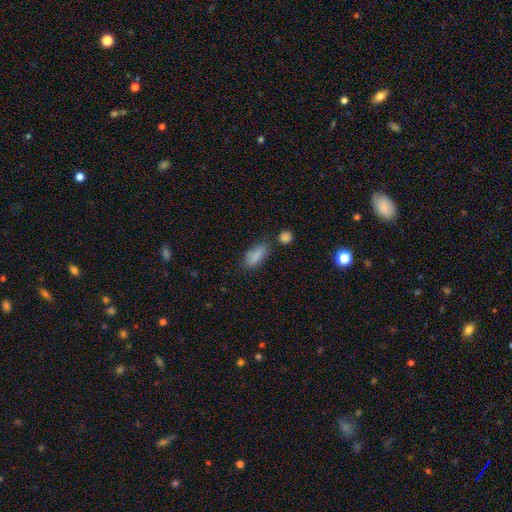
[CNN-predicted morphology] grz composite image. It shows a smooth galaxy with no disk features (84%) that is in between round and cigar-shaped (85%). Merging: none (58%).